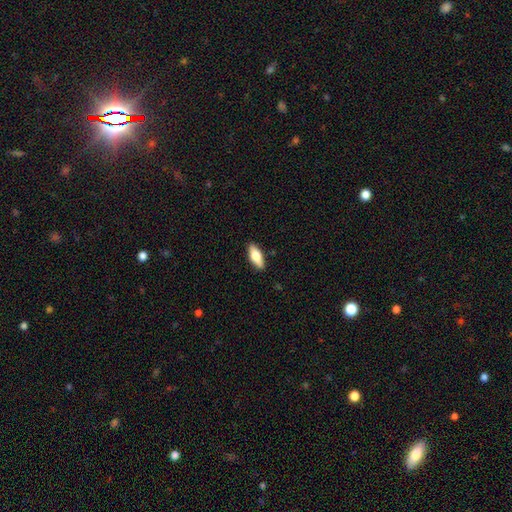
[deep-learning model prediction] A smooth galaxy with no disk features (69%) that is in between round and cigar-shaped (72%).

Vote fractions:
- Smooth or featured? smooth: 69% / featured or disk: 25% / star or artifact: 6%
- How rounded? in between: 72% / cigar-shaped: 25% / round: 3%
- Merging? none: 88% / minor disturbance: 9% / major disturbance: 2% / merger: 1%